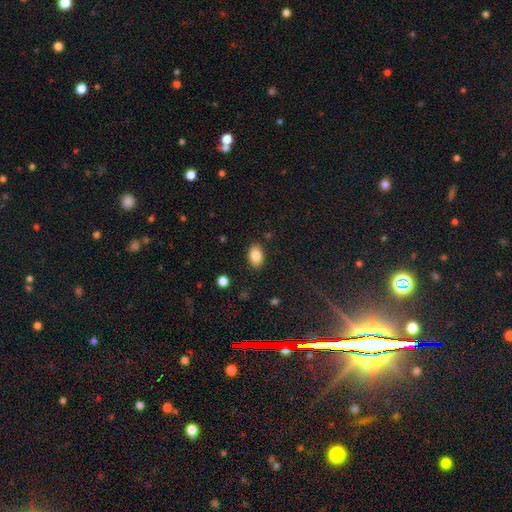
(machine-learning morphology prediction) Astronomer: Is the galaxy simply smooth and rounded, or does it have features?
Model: smooth — 84%.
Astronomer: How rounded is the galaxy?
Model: in between — 87%.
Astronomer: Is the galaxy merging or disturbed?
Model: none — 87%.